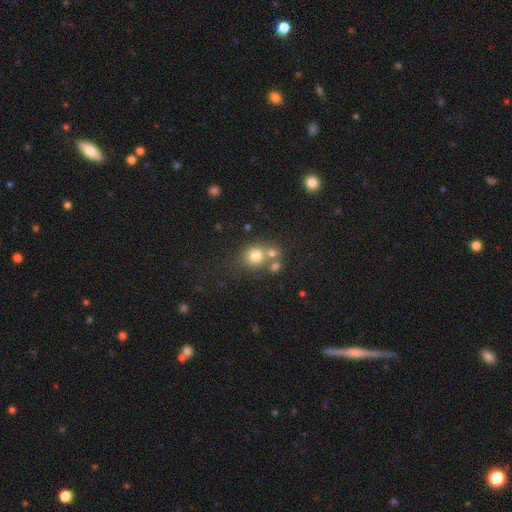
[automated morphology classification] This is likely a smooth galaxy (74%). How rounded: clearly round (82%). Merging: possibly none (53%).